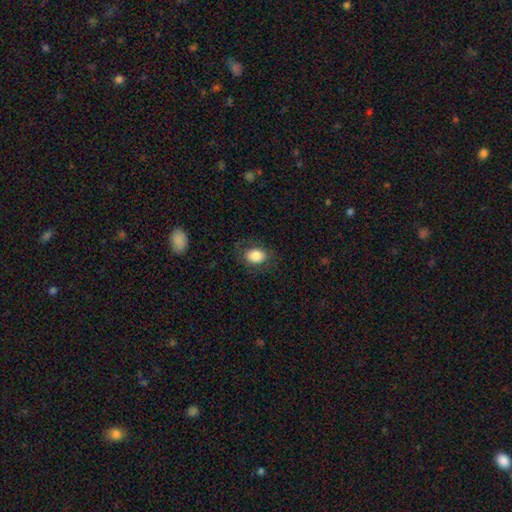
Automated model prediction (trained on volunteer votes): Smooth or featured: smooth — 82% (featured or disk — 10%)
How rounded: in between — 67% (round — 32%)
Merging: none — 79% (minor disturbance — 13%)